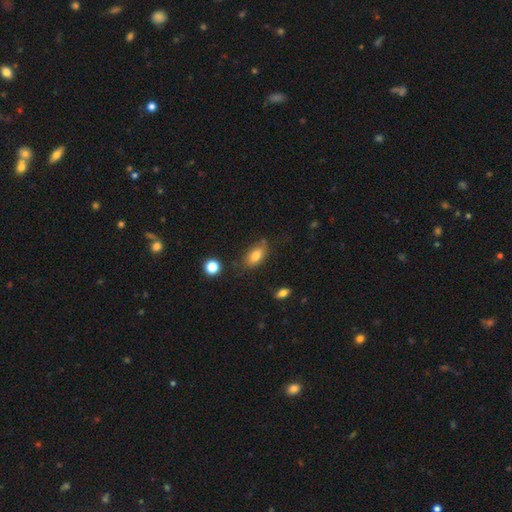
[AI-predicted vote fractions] A smooth galaxy with no disk features (79%) that is in between round and cigar-shaped (87%).

Vote fractions:
- Smooth or featured? smooth: 79% / featured or disk: 12% / star or artifact: 9%
- How rounded? in between: 87% / cigar-shaped: 7% / round: 6%
- Merging? none: 68% / minor disturbance: 22% / major disturbance: 5% / merger: 5%